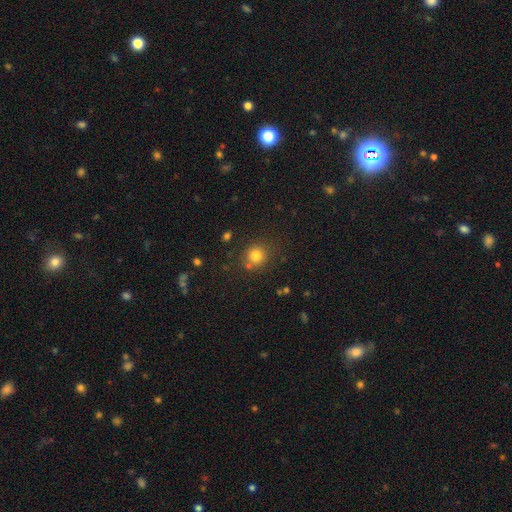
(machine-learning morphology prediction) Smooth or featured?
  - smooth: 80% *
  - star or artifact: 14%
  - featured or disk: 7%
How rounded?
  - round: 88% *
  - in between: 11%
  - cigar-shaped: 1%
Merging?
  - none: 75% *
  - minor disturbance: 11%
  - merger: 10%
  - major disturbance: 4%